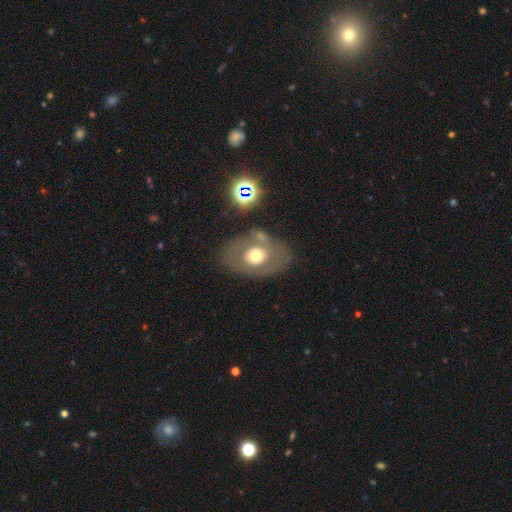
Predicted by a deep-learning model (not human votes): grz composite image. It shows a smooth galaxy with no disk features (49%). Merging: none (65%).